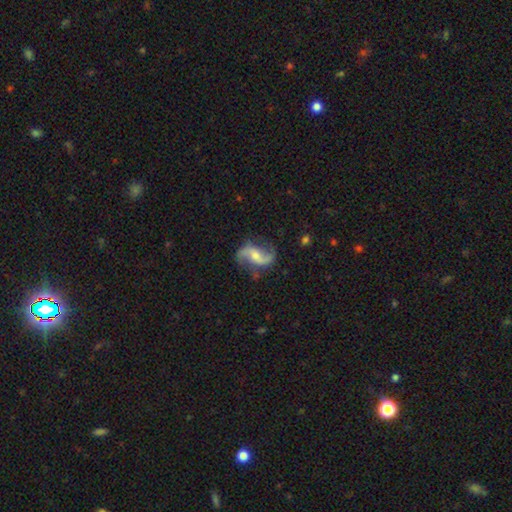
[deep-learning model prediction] Smooth or featured: featured or disk — 87% (smooth — 8%)
Edge-on disk: no — 97% (yes — 3%)
Bar: no — 44% (weak — 38%)
Spiral arms: yes — 96% (no — 4%)
Spiral winding: loose — 75% (medium — 21%)
Spiral arm count: 2 — 93% (1 — 2%)
Bulge size: moderate — 51% (small — 39%)
Merging: none — 75% (minor disturbance — 16%)